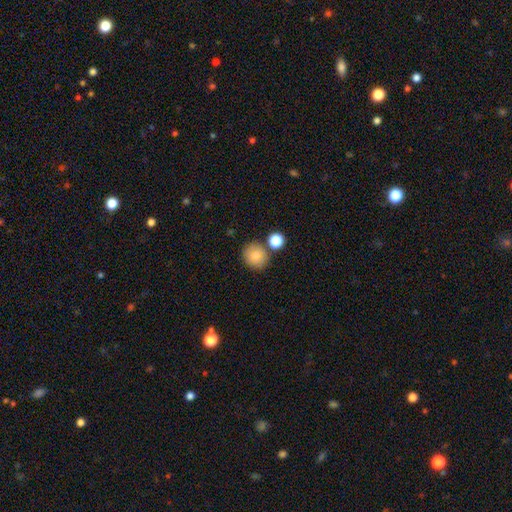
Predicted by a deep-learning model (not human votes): This appears to be a smooth galaxy with no disk features (83%) that is round (84%). Merging: none (75%).